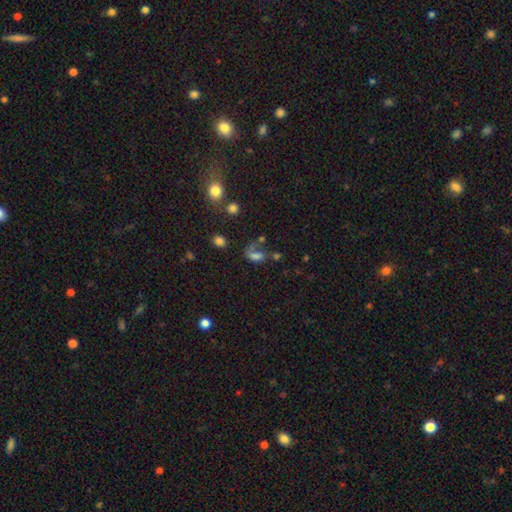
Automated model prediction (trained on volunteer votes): This appears to be a smooth galaxy with no disk features (60%) that is in between round and cigar-shaped (81%). Merging: none (30%, tied with major disturbance).